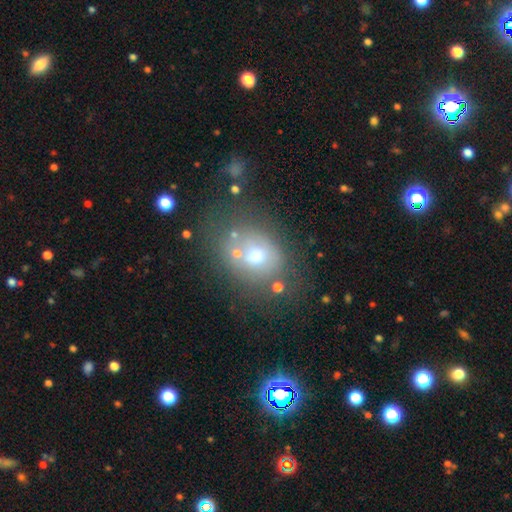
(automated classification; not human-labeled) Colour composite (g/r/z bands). It shows a smooth galaxy with no disk features (60%) that is in between round and cigar-shaped (50%). Merging: none (53%).